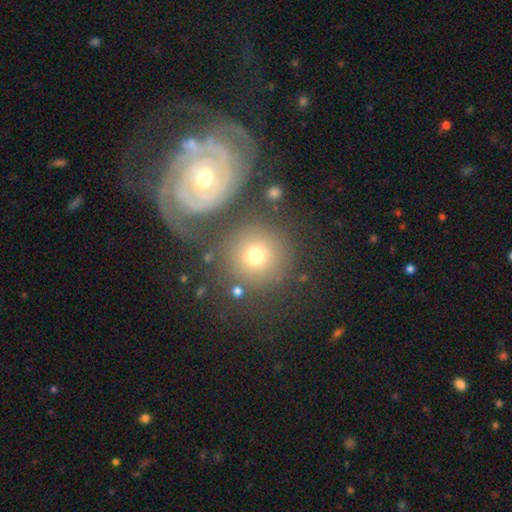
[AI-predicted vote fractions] This is likely a smooth galaxy (64%). How rounded: clearly round (91%). Merging: likely none (69%).